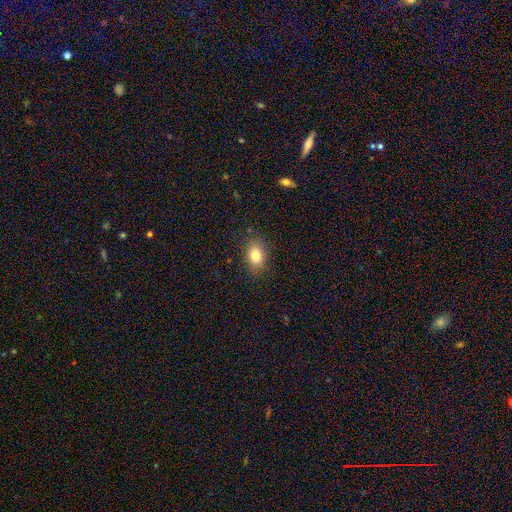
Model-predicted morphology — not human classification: Overall: smooth (80%). How rounded: in between (77%). Merging: none (85%).